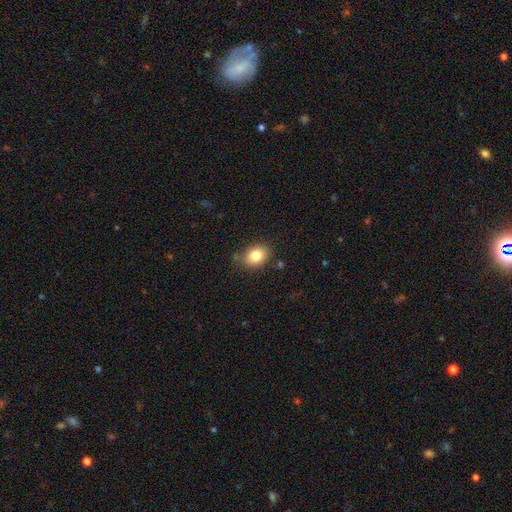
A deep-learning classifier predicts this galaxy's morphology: This is clearly a smooth galaxy (82%). How rounded: likely in between (65%). Merging: clearly none (80%).